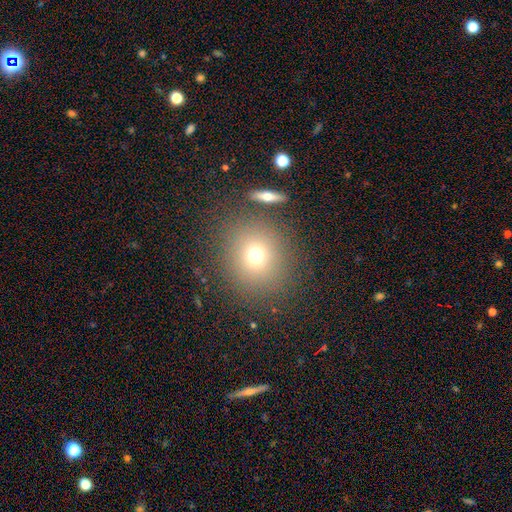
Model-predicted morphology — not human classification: This is likely a smooth galaxy (69%). How rounded: clearly round (83%). Merging: clearly none (80%).